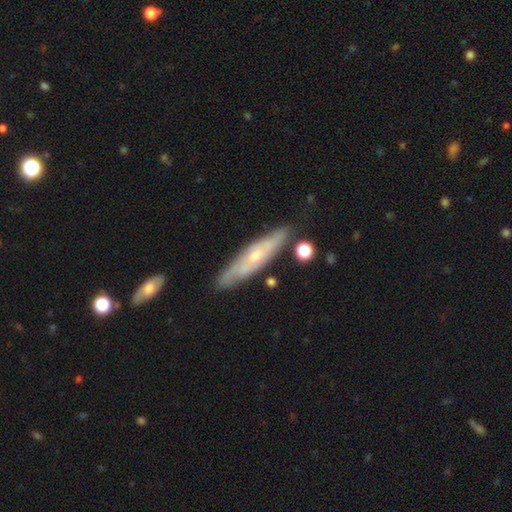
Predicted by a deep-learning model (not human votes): The model was most divided on "edge-on disk": yes: 52%, no: 48%. More confident: merging — none (77%); smooth or featured — featured or disk (63%).